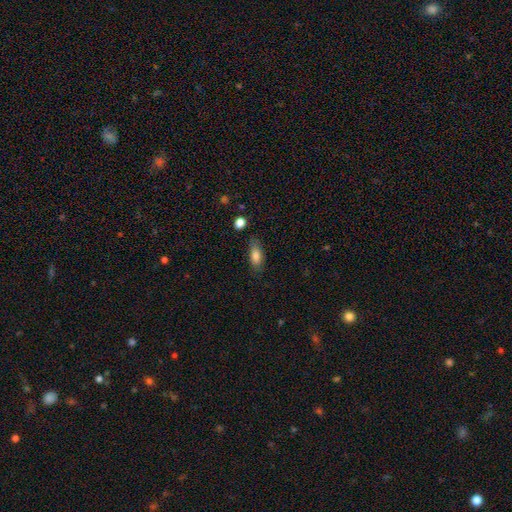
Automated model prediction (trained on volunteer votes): Smooth or featured?
  - smooth: 81% *
  - featured or disk: 11%
  - star or artifact: 8%
How rounded?
  - in between: 76% *
  - cigar-shaped: 20%
  - round: 4%
Merging?
  - none: 75% *
  - minor disturbance: 18%
  - major disturbance: 5%
  - merger: 2%